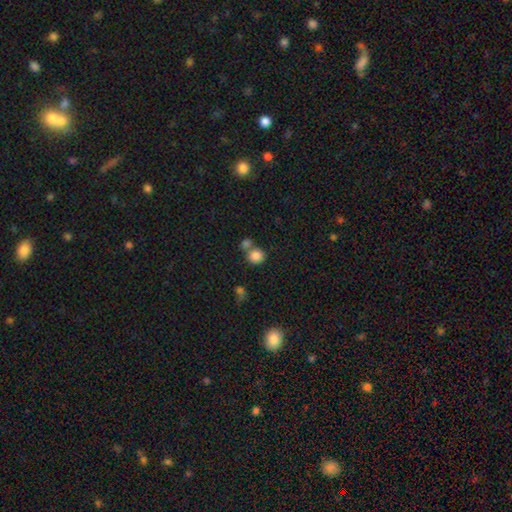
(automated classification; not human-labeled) This appears to be a smooth galaxy with no disk features (83%) that is round (85%). Merging: none (53%).